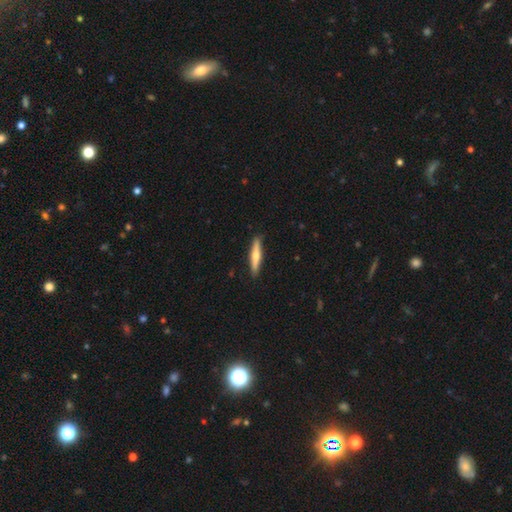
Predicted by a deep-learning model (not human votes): This is possibly a featured or disk galaxy (48%). Merging: clearly none (90%).